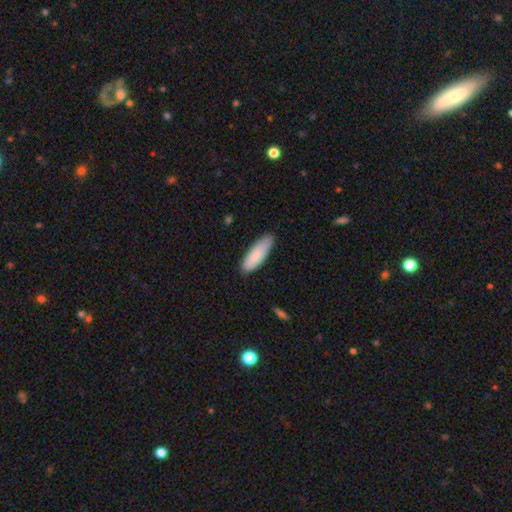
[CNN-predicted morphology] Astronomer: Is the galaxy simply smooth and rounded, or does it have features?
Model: smooth — 86%.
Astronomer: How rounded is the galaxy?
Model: in between — 54% (runner-up: cigar-shaped, 45%).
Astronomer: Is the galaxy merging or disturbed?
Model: none — 82%.